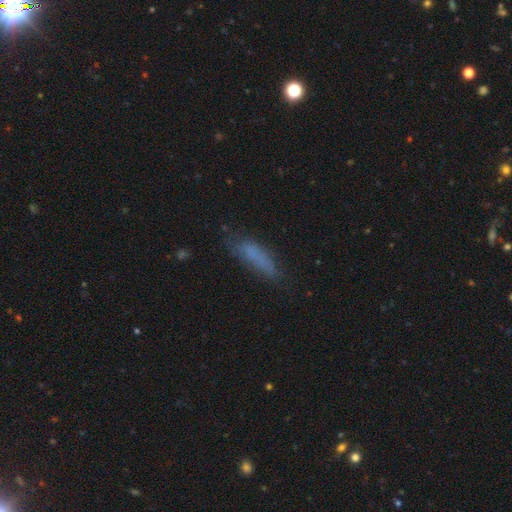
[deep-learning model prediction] smooth 71%, featured or disk 18%, star or artifact 12%. Down the decision tree: how rounded — cigar-shaped (63%); merging — none (62%).